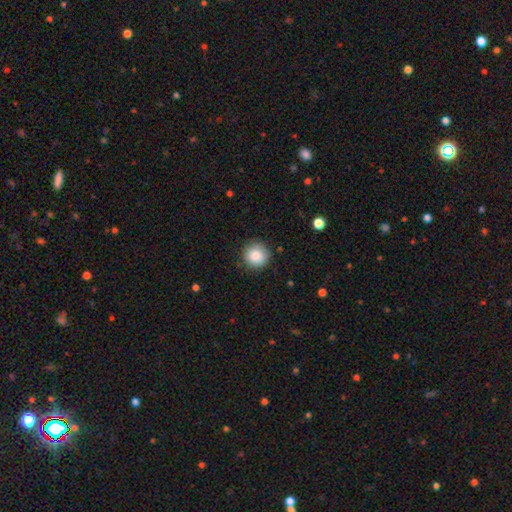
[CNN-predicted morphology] smooth 87%, star or artifact 8%, featured or disk 5%. Down the decision tree: how rounded — round (94%); merging — none (86%).